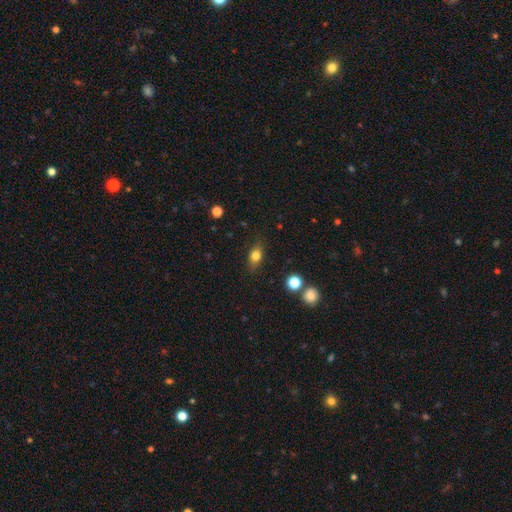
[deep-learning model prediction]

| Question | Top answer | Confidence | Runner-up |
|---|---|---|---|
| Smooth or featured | smooth | 77% | featured or disk (13%) |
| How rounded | in between | 72% | round (21%) |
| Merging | none | 80% | minor disturbance (14%) |